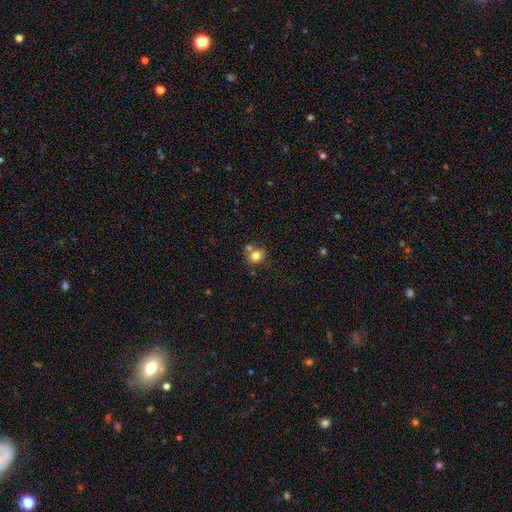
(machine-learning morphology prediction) This appears to be a smooth galaxy with no disk features (79%) that is round (85%). Merging: none (58%).